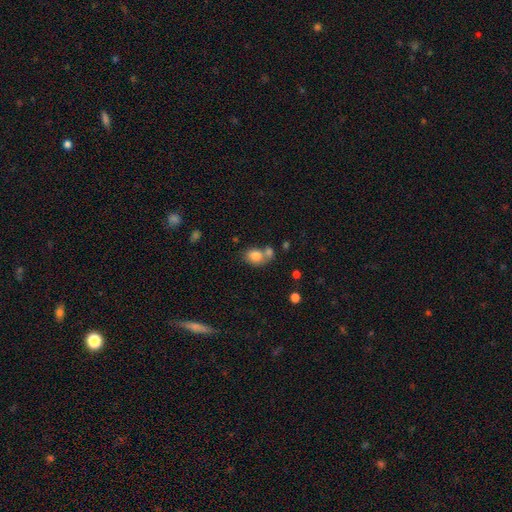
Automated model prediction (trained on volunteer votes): This is clearly a smooth galaxy (82%). How rounded: possibly in between (53%). Merging: marginally none (45%).